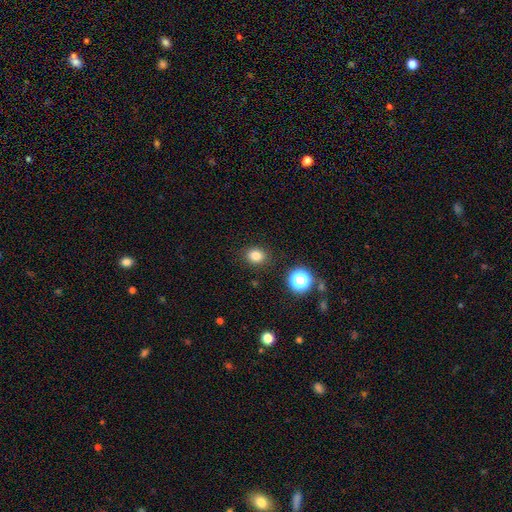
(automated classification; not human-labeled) smooth_or_featured: smooth (p=0.81) [alt: star or artifact p=0.14]
how_rounded: round (p=0.62) [alt: in between p=0.37]
merging: none (p=0.87) [alt: minor disturbance p=0.08]